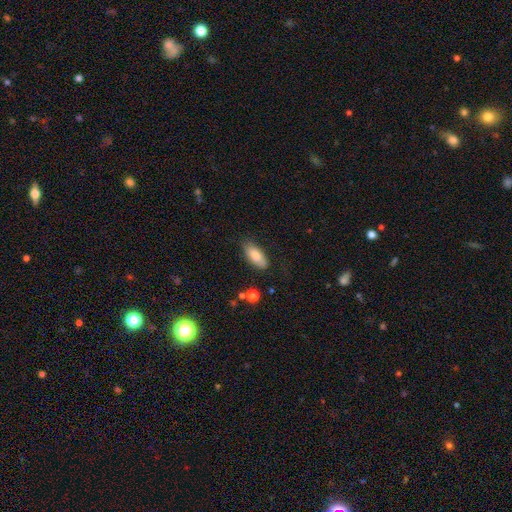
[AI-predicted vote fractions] smooth 82%, featured or disk 11%, star or artifact 7%. Down the decision tree: how rounded — in between (85%); merging — none (81%).